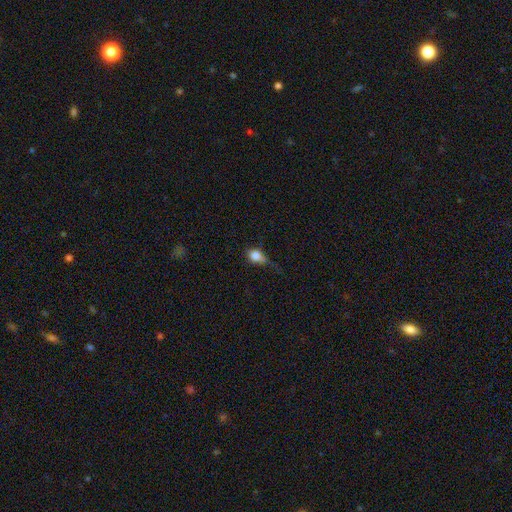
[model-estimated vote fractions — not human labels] smooth-or-featured: smooth: 80% | featured or disk: 10% | star or artifact: 10%
  how-rounded: in between: 57% | round: 39% | cigar-shaped: 4%
  merging: minor disturbance: 40% | none: 34% | major disturbance: 22% | merger: 3%